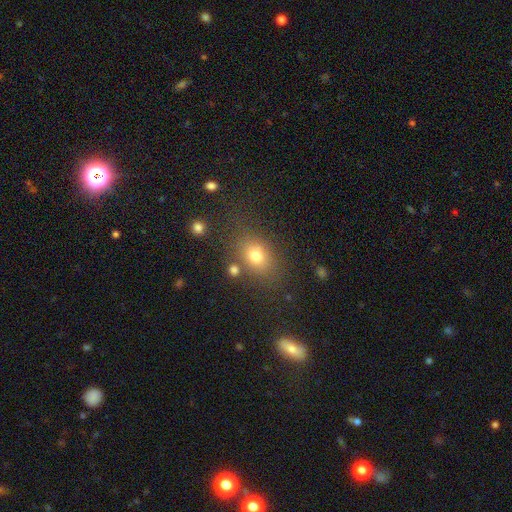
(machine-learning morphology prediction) smooth-or-featured: smooth: 74% | star or artifact: 15% | featured or disk: 12%
  how-rounded: in between: 64% | round: 34% | cigar-shaped: 2%
  merging: none: 73% | minor disturbance: 14% | merger: 7% | major disturbance: 6%